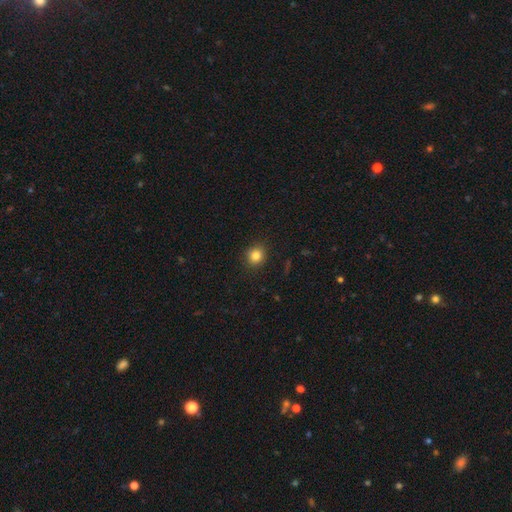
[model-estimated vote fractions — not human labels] smooth-or-featured: smooth: 83% | star or artifact: 11% | featured or disk: 6%
  how-rounded: round: 82% | in between: 17% | cigar-shaped: 1%
  merging: none: 89% | minor disturbance: 7% | major disturbance: 2% | merger: 1%